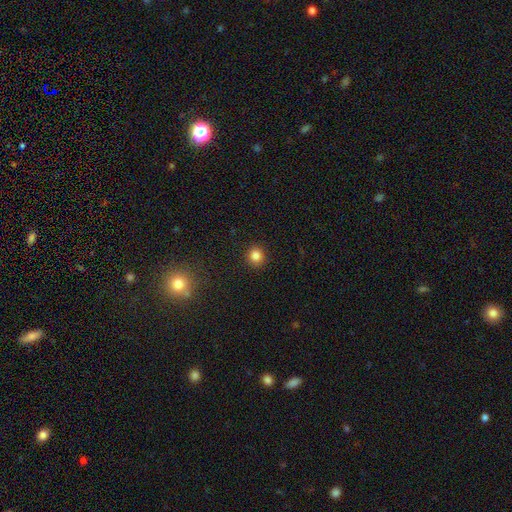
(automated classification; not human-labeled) The model was most divided on "smooth or featured": smooth: 83%, star or artifact: 12%, featured or disk: 4%. More confident: merging — none (92%); how rounded — round (90%).